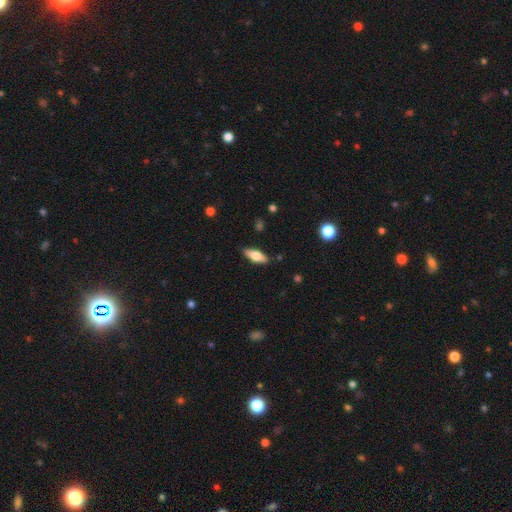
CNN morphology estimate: Smooth or featured? smooth (66%)
How rounded? in between (70%)
Merging? none (85%)